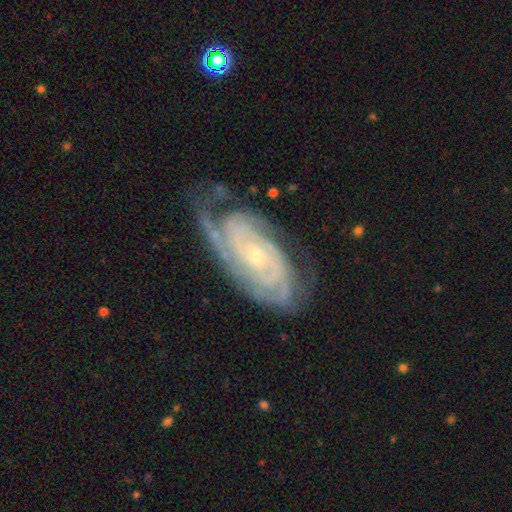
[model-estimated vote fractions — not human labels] This appears to be a featured or disk galaxy (89%) with no bar (72%), 2 (30%) tight (76%) spiral arms (97%) and a small central bulge (78%). Merging: none (63%).